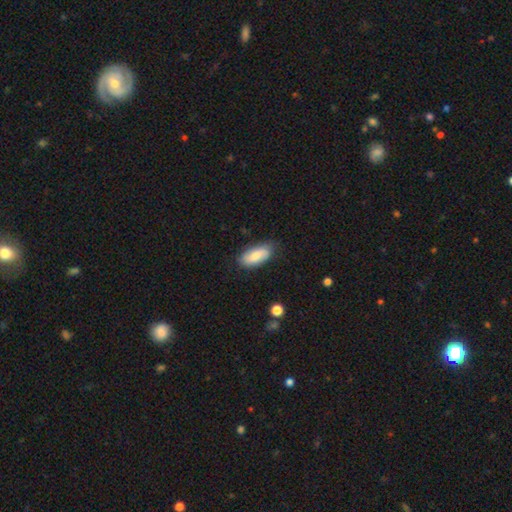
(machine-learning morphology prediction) A smooth galaxy with no disk features (66%) that is in between round and cigar-shaped (89%). Merging: none (75%).